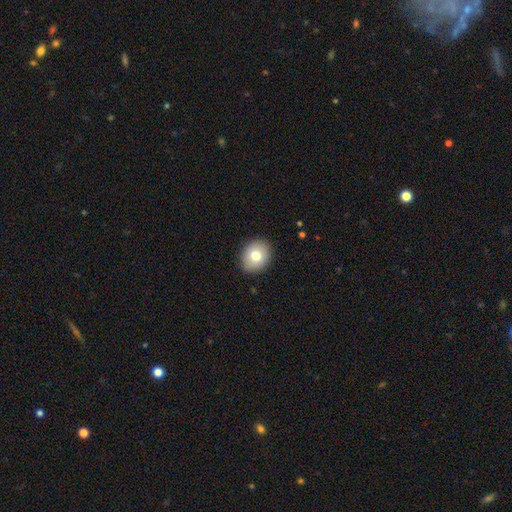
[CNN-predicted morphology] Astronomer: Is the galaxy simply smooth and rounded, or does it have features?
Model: smooth — 78%.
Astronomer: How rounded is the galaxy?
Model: round — 52% (runner-up: in between, 47%).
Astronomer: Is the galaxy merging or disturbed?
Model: none — 89%.